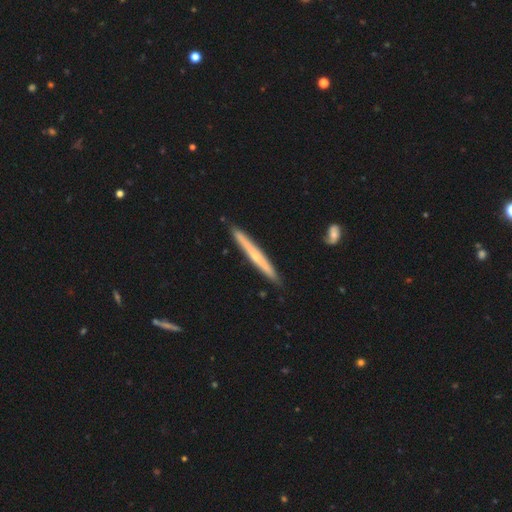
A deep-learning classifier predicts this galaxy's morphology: Overall: featured or disk (56%; smooth 39%). Edge-on disk: yes (96%). Edge-on bulge: none (51%; rounded 45%). Merging: none (90%).